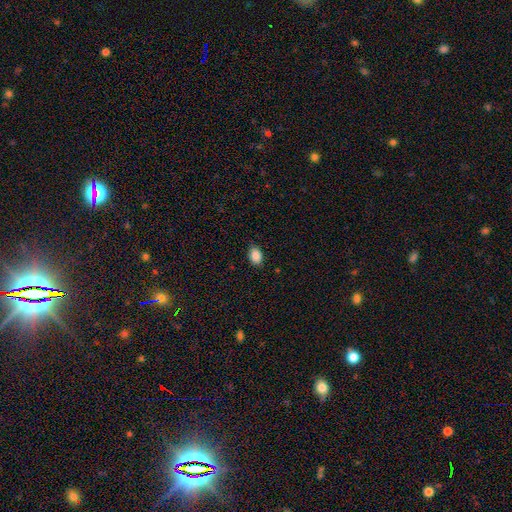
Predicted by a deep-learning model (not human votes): Q: Smooth or featured?
A: smooth (88%); runner-up: star or artifact (8%)
Q: How rounded?
A: in between (80%); runner-up: round (18%)
Q: Merging?
A: none (83%); runner-up: minor disturbance (13%)